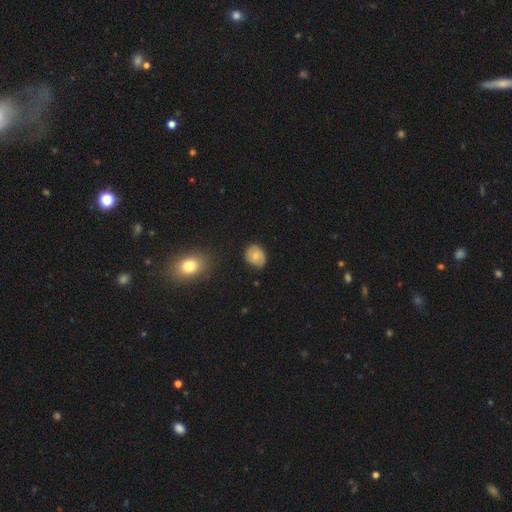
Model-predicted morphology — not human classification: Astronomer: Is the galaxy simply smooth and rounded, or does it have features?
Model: smooth — 74%.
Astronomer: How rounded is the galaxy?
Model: round — 57% (runner-up: in between, 41%).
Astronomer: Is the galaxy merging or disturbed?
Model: none — 77%.